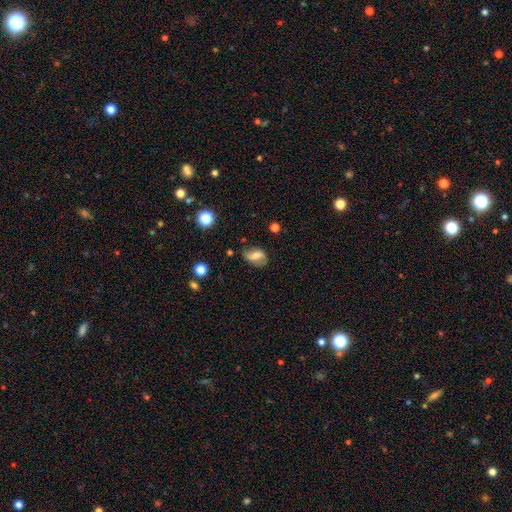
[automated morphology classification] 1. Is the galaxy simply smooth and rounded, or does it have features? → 46% featured or disk, 44% smooth, 10% star or artifact.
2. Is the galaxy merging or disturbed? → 60% none, 25% minor disturbance, 11% major disturbance, 3% merger.